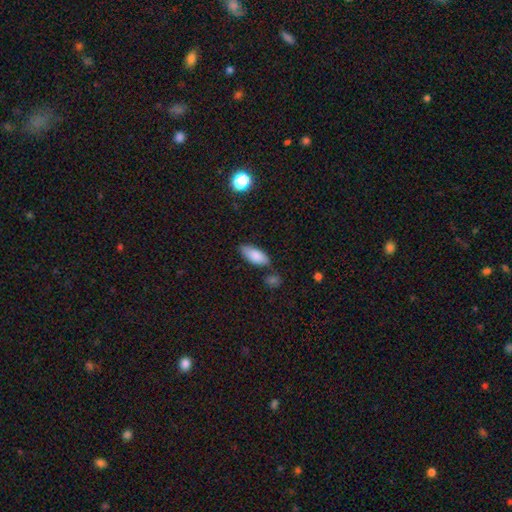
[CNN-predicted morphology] A smooth galaxy with no disk features (85%) that is in between round and cigar-shaped (84%). Merging: none (74%).